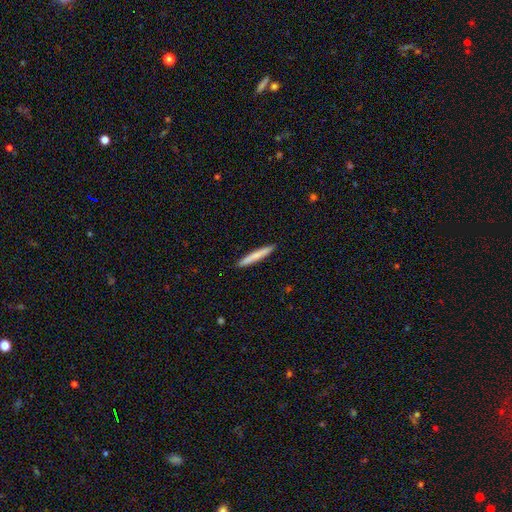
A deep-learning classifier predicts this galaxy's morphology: smooth 74%, featured or disk 20%, star or artifact 6%. Down the decision tree: how rounded — cigar-shaped (96%); merging — none (92%).